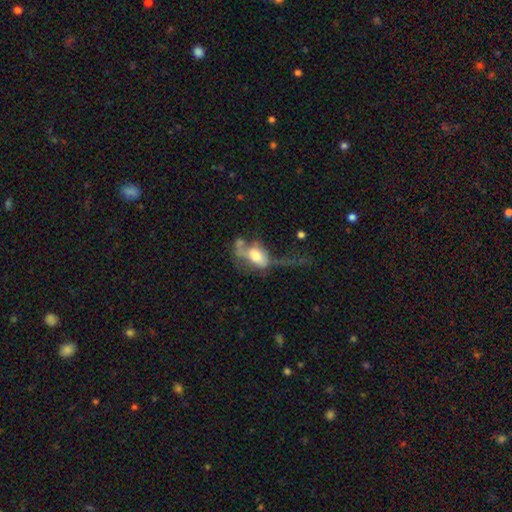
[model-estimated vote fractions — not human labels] Morphology: type=smooth (52%); roundness=in between (84%); merging=major disturbance (49%).